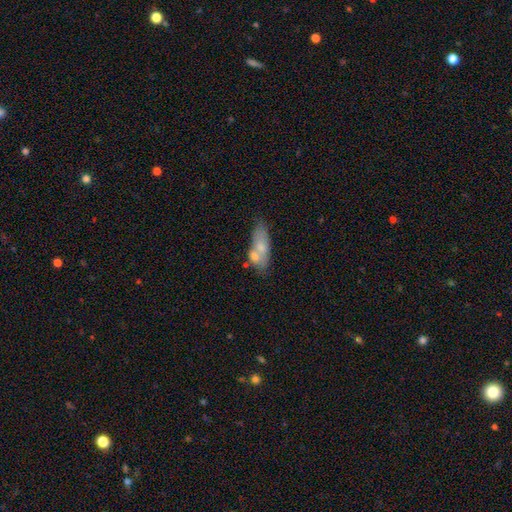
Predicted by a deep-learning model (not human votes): The model was most divided on "merging": none: 45%, merger: 31%, minor disturbance: 17%, major disturbance: 7%. More confident: how rounded — in between (70%); smooth or featured — smooth (62%).